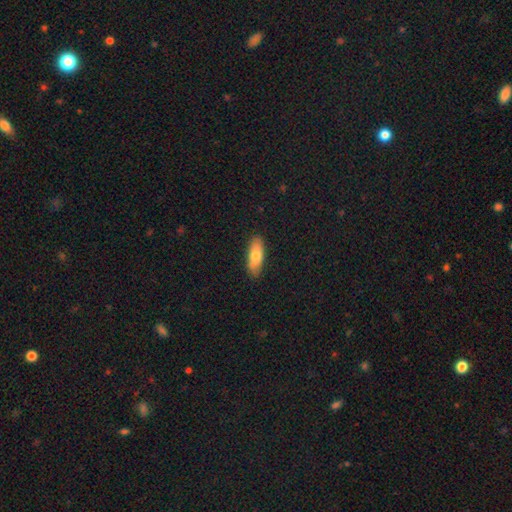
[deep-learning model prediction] This appears to be a smooth galaxy with no disk features (74%) that is in between round and cigar-shaped (64%). Merging: none (87%).